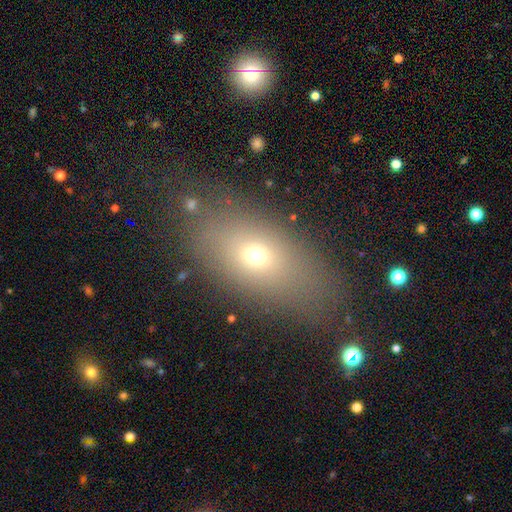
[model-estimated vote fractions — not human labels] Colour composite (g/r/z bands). It shows a smooth galaxy with no disk features (64%) that is in between round and cigar-shaped (76%). Merging: none (78%).